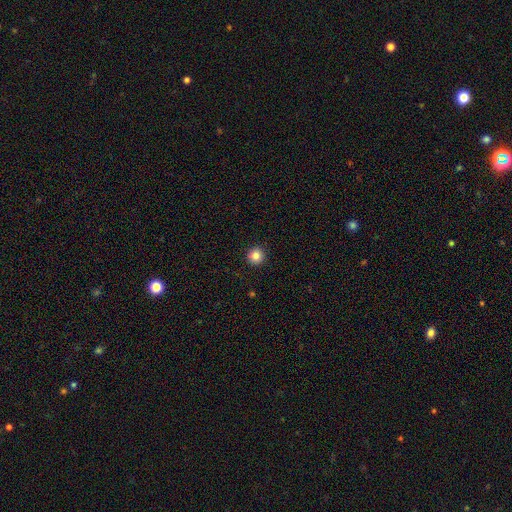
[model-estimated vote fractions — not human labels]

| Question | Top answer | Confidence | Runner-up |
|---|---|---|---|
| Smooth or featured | smooth | 84% | star or artifact (11%) |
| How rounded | round | 96% | in between (3%) |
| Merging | none | 93% | minor disturbance (5%) |